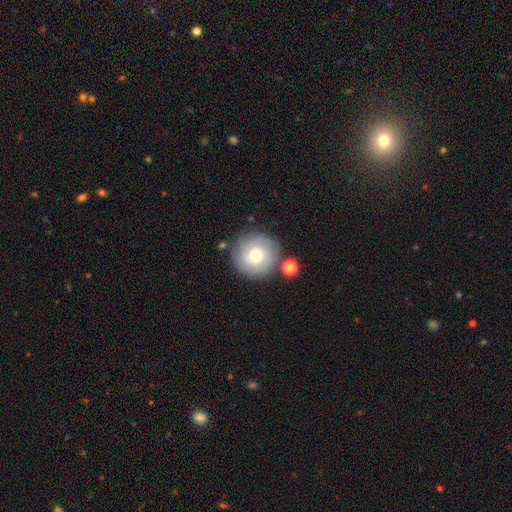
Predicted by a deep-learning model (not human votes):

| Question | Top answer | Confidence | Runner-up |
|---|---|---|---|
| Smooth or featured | smooth | 52% | featured or disk (41%) |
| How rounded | round | 94% | in between (5%) |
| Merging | none | 77% | minor disturbance (13%) |